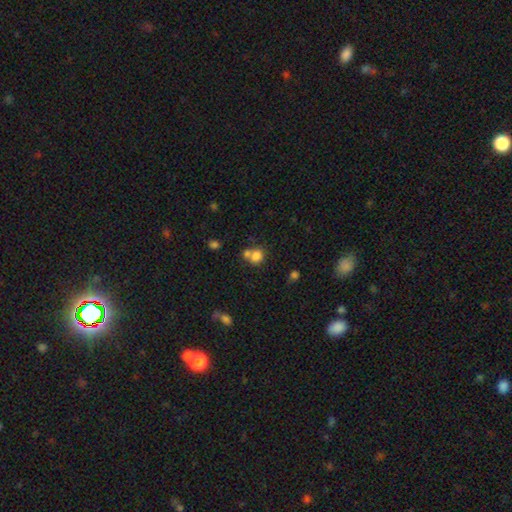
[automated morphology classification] smooth 78%, star or artifact 12%, featured or disk 10%. Down the decision tree: how rounded — round (68%); merging — merger (43%).